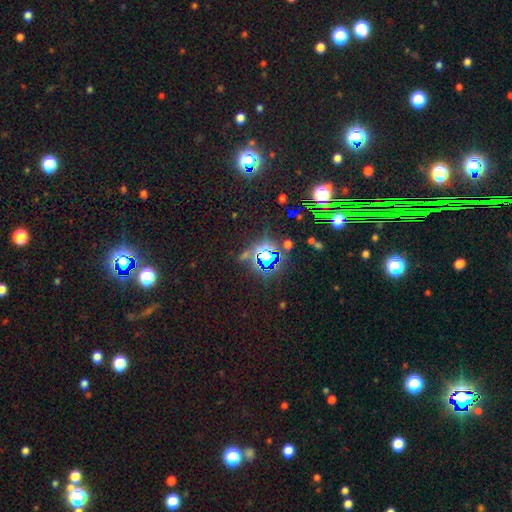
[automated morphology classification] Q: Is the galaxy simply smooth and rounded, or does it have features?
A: star or artifact — 79%.